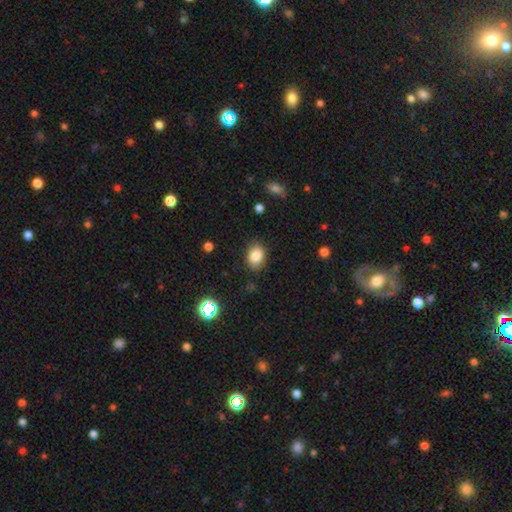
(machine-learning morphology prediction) The model was most divided on "how rounded": in between: 72%, round: 27%, cigar-shaped: 1%. More confident: smooth or featured — smooth (84%); merging — none (82%).